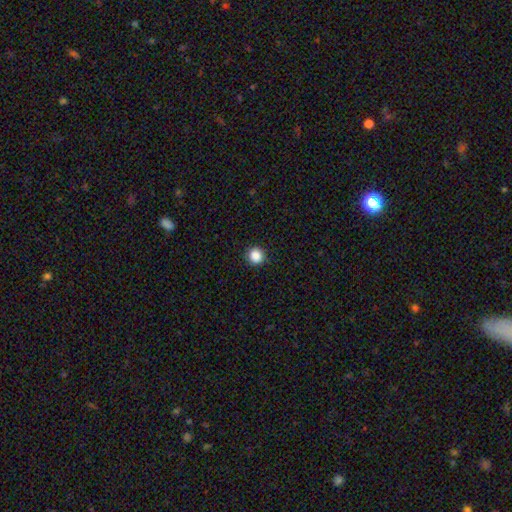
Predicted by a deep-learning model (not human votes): Smooth or featured? Predicted: smooth (p=0.87). How rounded? Predicted: round (p=0.93). Merging? Predicted: none (p=0.92).